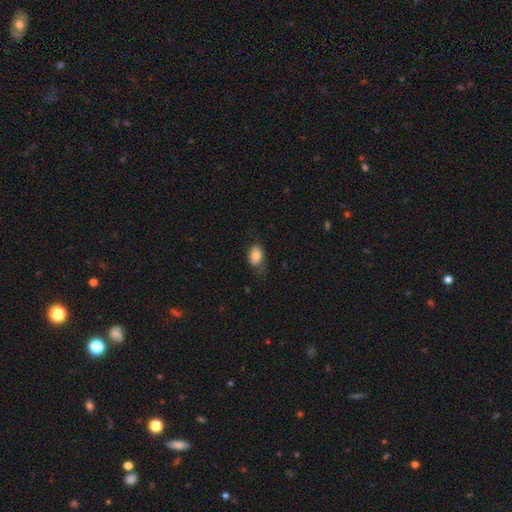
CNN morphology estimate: Q: Smooth or featured?
A: smooth (80%); runner-up: featured or disk (12%)
Q: How rounded?
A: in between (82%); runner-up: round (16%)
Q: Merging?
A: none (57%); runner-up: minor disturbance (30%)